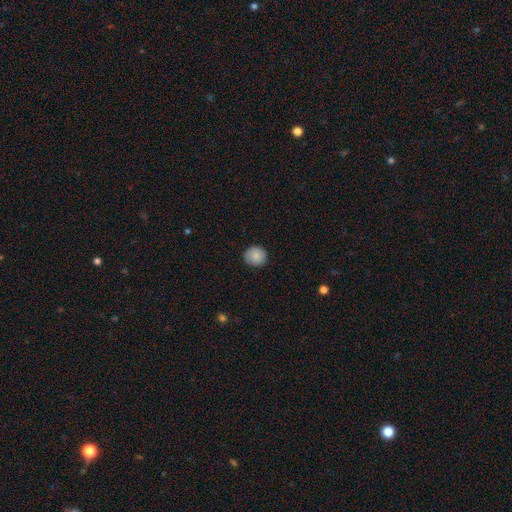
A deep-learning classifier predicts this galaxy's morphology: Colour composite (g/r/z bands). It shows a smooth galaxy with no disk features (84%) that is round (89%). Merging: none (85%).